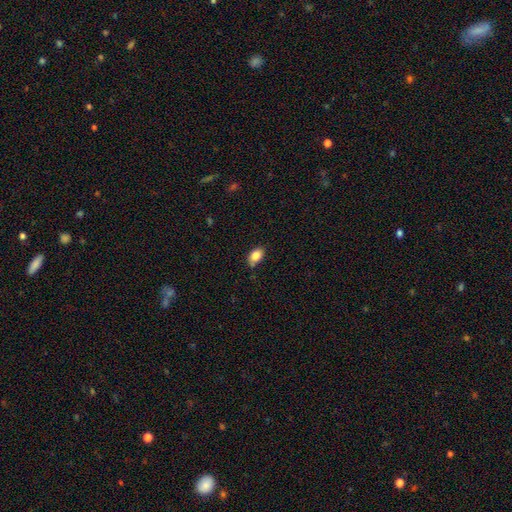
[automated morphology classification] Smooth or featured?
  - smooth: 84% *
  - star or artifact: 8%
  - featured or disk: 8%
How rounded?
  - in between: 87% *
  - round: 11%
  - cigar-shaped: 2%
Merging?
  - none: 70% *
  - minor disturbance: 23%
  - major disturbance: 4%
  - merger: 3%